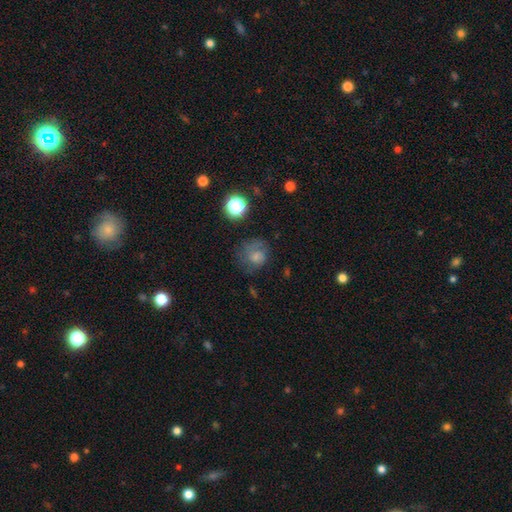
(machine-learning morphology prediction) smooth 61%, featured or disk 22%, star or artifact 16%. Down the decision tree: how rounded — round (74%); merging — none (47%).